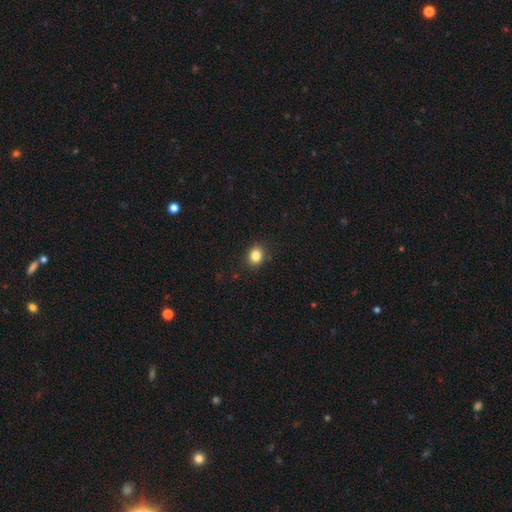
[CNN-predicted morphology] Smooth or featured? smooth (84%)
How rounded? round (63%)
Merging? none (89%)